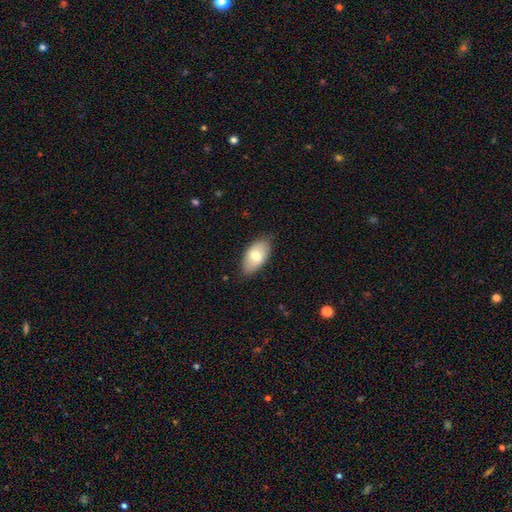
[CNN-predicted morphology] A smooth galaxy with no disk features (73%) that is in between round and cigar-shaped (94%). Merging: none (82%).